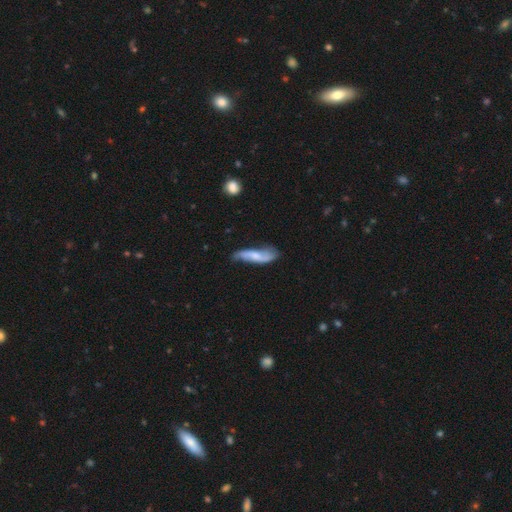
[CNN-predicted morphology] A featured or disk galaxy (51%).

Vote fractions:
- Smooth or featured? featured or disk: 51% / smooth: 43% / star or artifact: 6%
- Edge-on disk? no: 77% / yes: 23%
- Merging? none: 57% / minor disturbance: 31% / major disturbance: 9% / merger: 3%